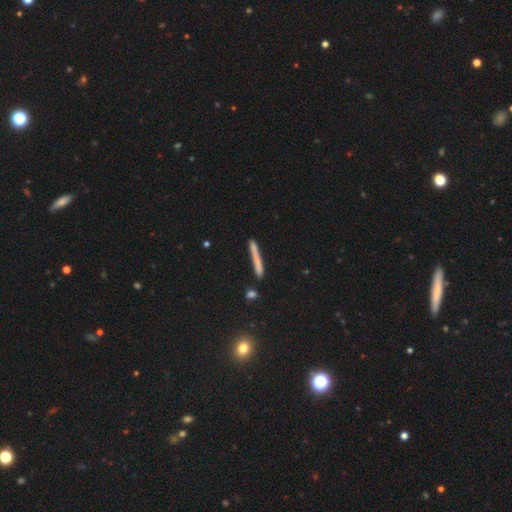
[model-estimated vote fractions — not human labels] Smooth or featured?
  - smooth: 64% *
  - featured or disk: 28%
  - star or artifact: 8%
How rounded?
  - cigar-shaped: 96% *
  - in between: 2%
  - round: 2%
Merging?
  - none: 80% *
  - minor disturbance: 12%
  - merger: 5%
  - major disturbance: 3%